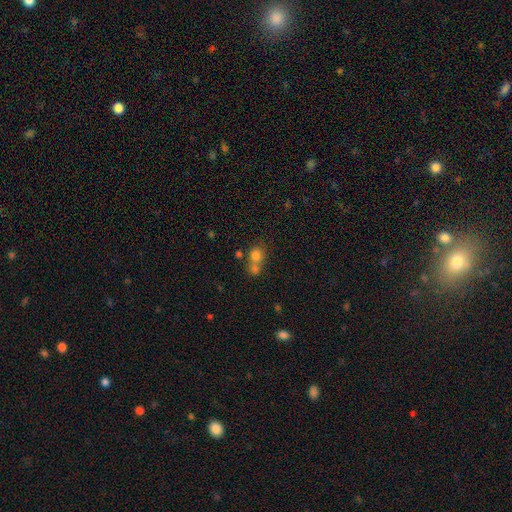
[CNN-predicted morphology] The model was most divided on "merging": merger: 51%, none: 38%, minor disturbance: 7%, major disturbance: 4%. More confident: how rounded — round (79%); smooth or featured — smooth (75%).